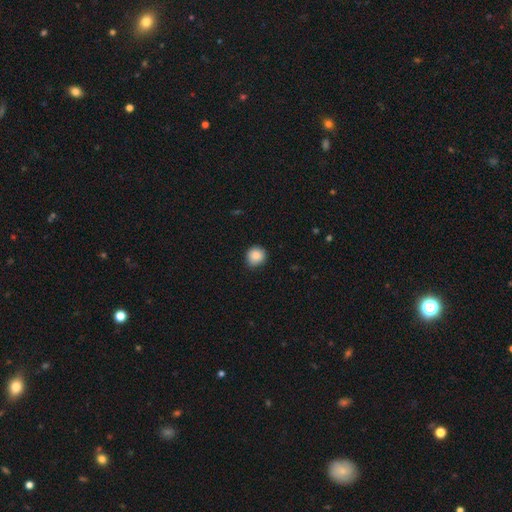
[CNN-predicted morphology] The model was most divided on "merging": none: 84%, minor disturbance: 13%, major disturbance: 2%, merger: 1%. More confident: how rounded — round (89%); smooth or featured — smooth (88%).